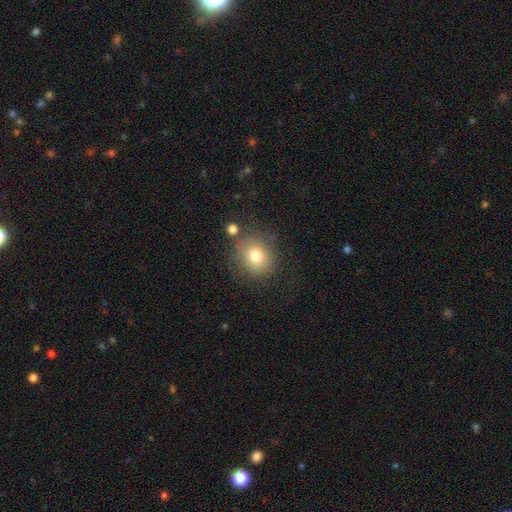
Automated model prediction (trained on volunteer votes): Smooth or featured: smooth — 77% (featured or disk — 12%)
How rounded: round — 70% (in between — 29%)
Merging: none — 75% (minor disturbance — 14%)